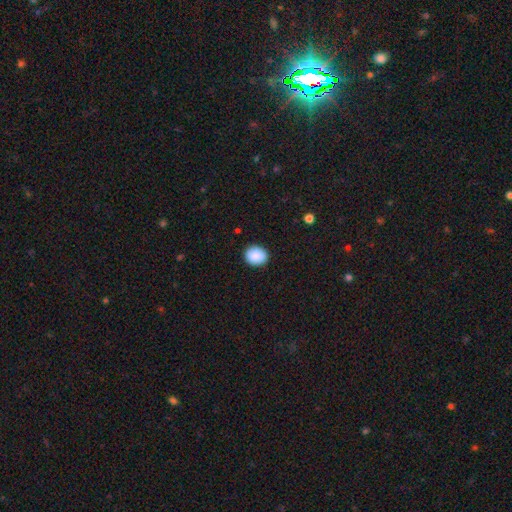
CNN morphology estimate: smooth 90%, star or artifact 8%, featured or disk 3%. Down the decision tree: how rounded — round (71%); merging — none (90%).